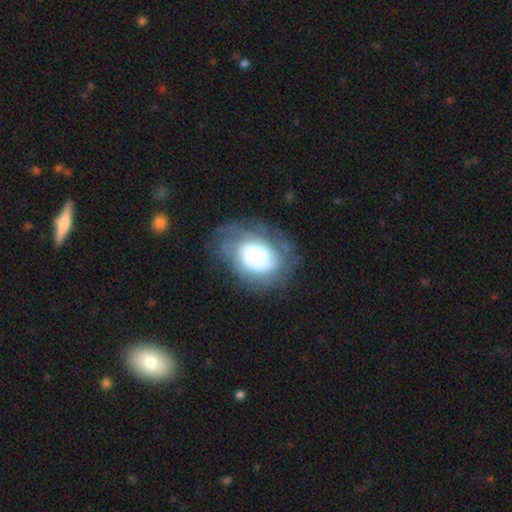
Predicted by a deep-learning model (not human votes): Smooth or featured? Predicted: featured or disk (p=0.50). Merging? Predicted: none (p=0.58).